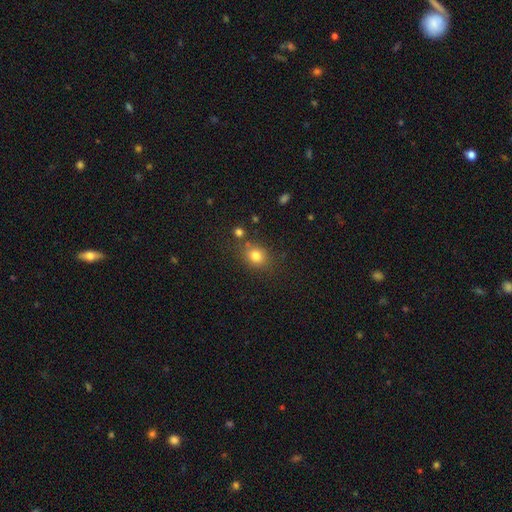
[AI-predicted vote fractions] Morphology: type=smooth (79%); roundness=round (65%); merging=none (73%).